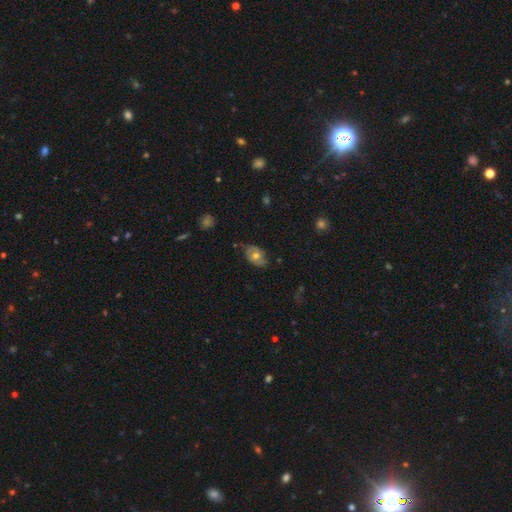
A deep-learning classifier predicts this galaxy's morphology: Smooth or featured?
  - smooth: 56% *
  - featured or disk: 36%
  - star or artifact: 9%
How rounded?
  - in between: 81% *
  - round: 17%
  - cigar-shaped: 2%
Merging?
  - none: 64% *
  - minor disturbance: 28%
  - major disturbance: 6%
  - merger: 2%